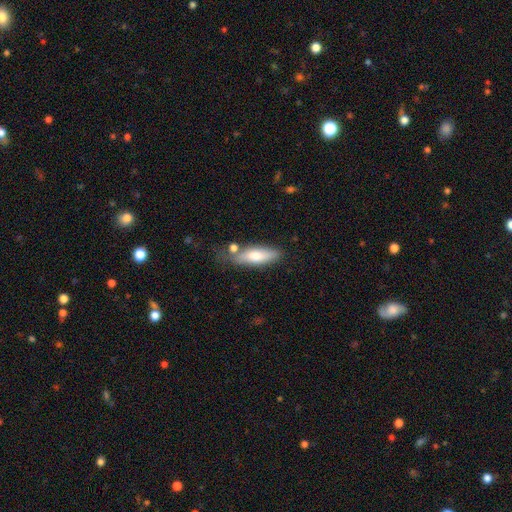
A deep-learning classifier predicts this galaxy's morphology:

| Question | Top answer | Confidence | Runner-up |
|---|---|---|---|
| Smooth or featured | smooth | 66% | featured or disk (28%) |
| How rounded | cigar-shaped | 50% | in between (48%) |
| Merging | none | 65% | minor disturbance (20%) |